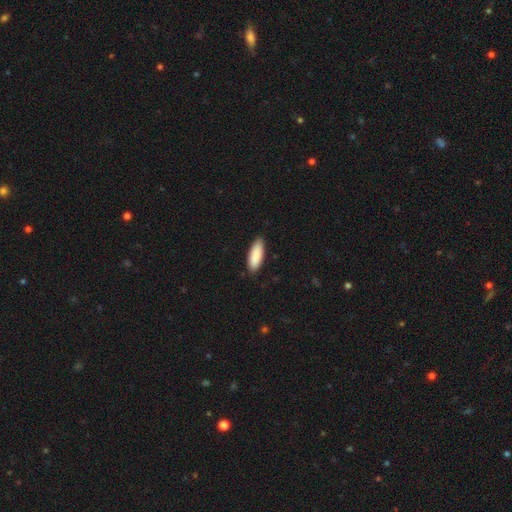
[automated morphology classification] Q: Smooth or featured?
A: smooth (90%); runner-up: star or artifact (5%)
Q: How rounded?
A: in between (63%); runner-up: cigar-shaped (35%)
Q: Merging?
A: none (86%); runner-up: minor disturbance (11%)